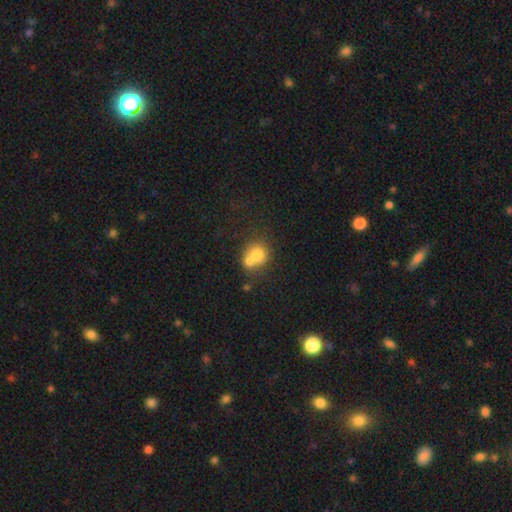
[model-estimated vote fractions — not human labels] This is likely a smooth galaxy (71%). How rounded: likely round (77%). Merging: possibly merger (59%).